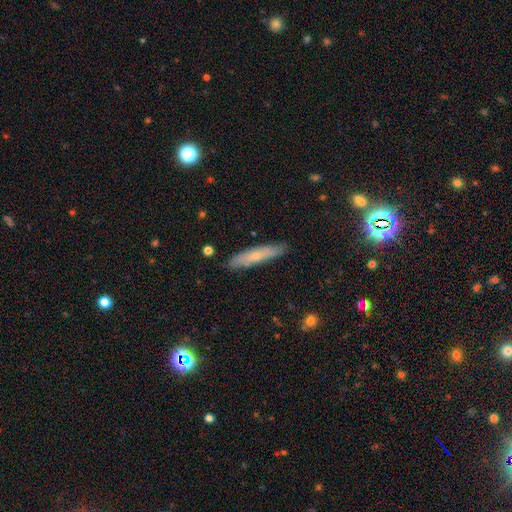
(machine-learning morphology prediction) Smooth or featured? smooth (54%)
How rounded? cigar-shaped (87%)
Merging? none (86%)